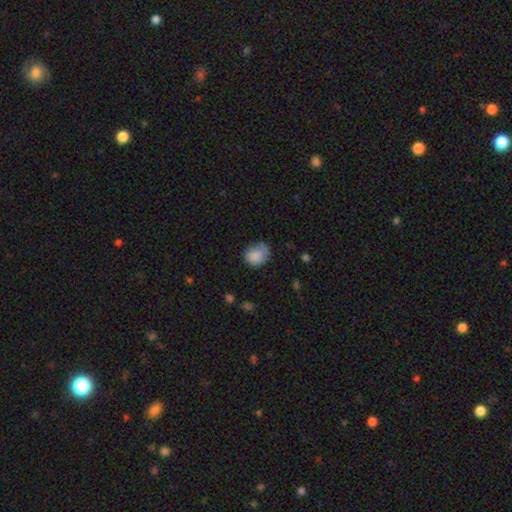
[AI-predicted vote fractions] The model was most divided on "how rounded": round: 53%, in between: 47%, cigar-shaped: 1%. More confident: smooth or featured — smooth (83%); merging — none (58%).